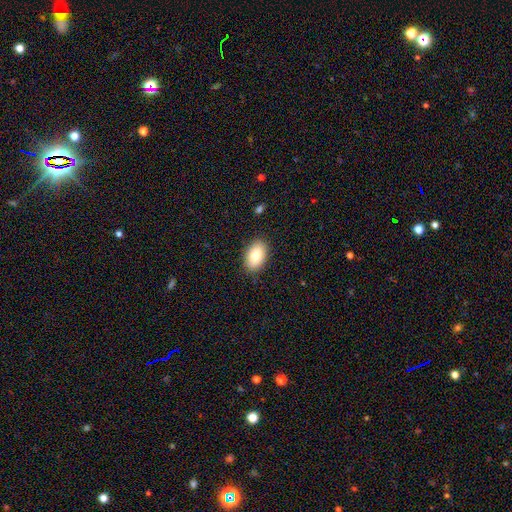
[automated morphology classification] Smooth or featured? Predicted: smooth (p=0.80). How rounded? Predicted: in between (p=0.89). Merging? Predicted: none (p=0.87).